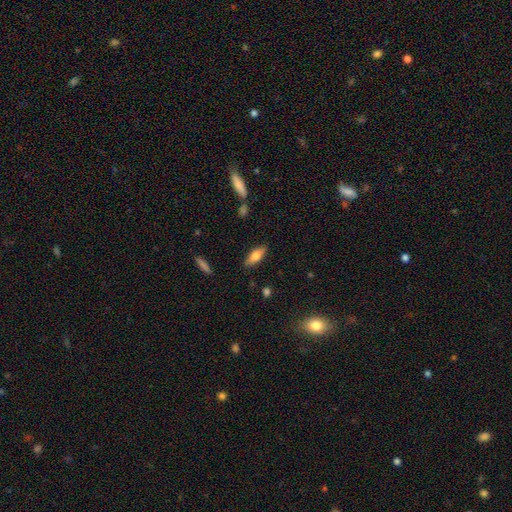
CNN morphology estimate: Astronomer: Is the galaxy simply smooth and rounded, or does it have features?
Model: smooth — 66%.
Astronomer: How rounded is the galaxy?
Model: in between — 65%.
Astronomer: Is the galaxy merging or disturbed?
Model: none — 86%.